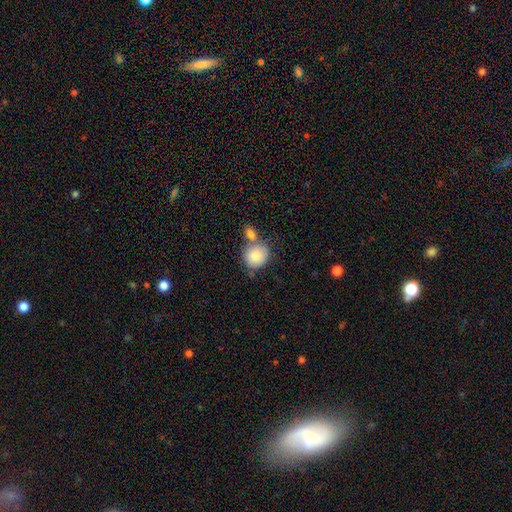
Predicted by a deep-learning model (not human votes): This is clearly a smooth galaxy (84%). How rounded: clearly round (83%). Merging: possibly none (46%).